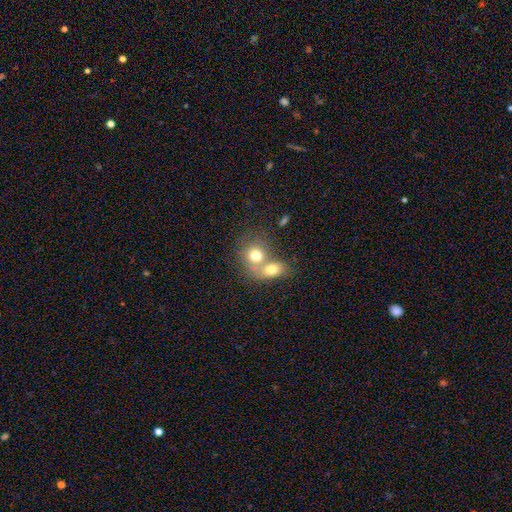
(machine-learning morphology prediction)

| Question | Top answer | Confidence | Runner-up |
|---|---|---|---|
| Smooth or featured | smooth | 73% | featured or disk (18%) |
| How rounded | round | 63% | in between (36%) |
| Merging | merger | 66% | none (24%) |